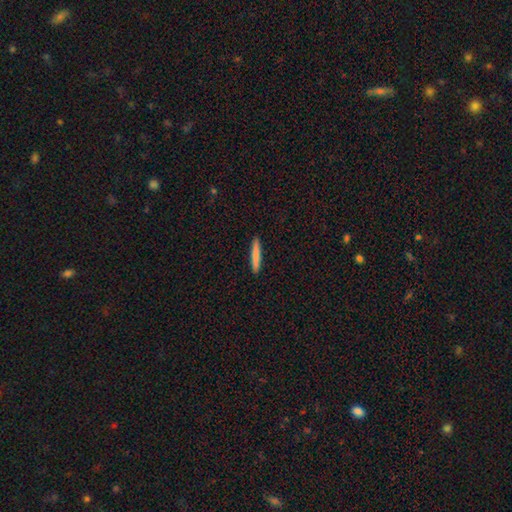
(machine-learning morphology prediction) smooth_or_featured: smooth (p=0.80) [alt: featured or disk p=0.14]
how_rounded: cigar-shaped (p=0.95) [alt: in between p=0.04]
merging: none (p=0.92) [alt: minor disturbance p=0.05]